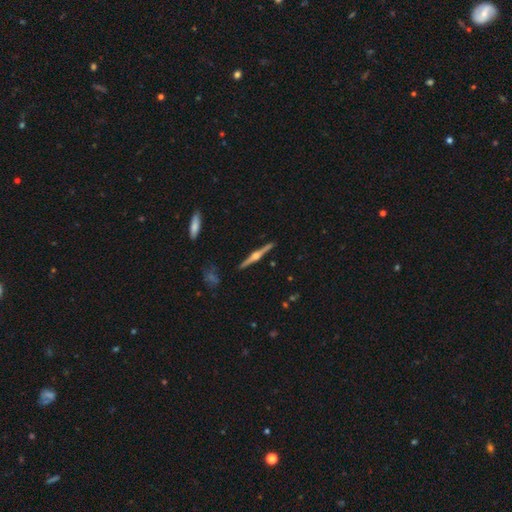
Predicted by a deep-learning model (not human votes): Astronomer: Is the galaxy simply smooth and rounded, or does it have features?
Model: featured or disk — 84%.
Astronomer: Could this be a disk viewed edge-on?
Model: yes — 99%.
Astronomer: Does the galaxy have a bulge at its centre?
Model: rounded — 94%.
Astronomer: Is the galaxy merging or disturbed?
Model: none — 92%.